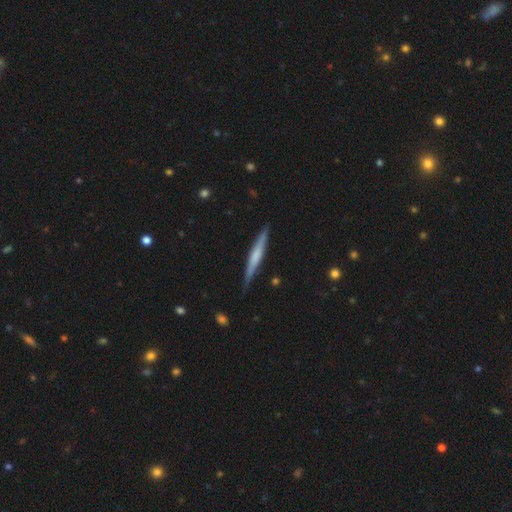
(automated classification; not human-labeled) featured or disk 55%, smooth 40%, star or artifact 5%. Down the decision tree: edge-on disk — yes (97%); edge-on bulge — none (39%); merging — none (84%).